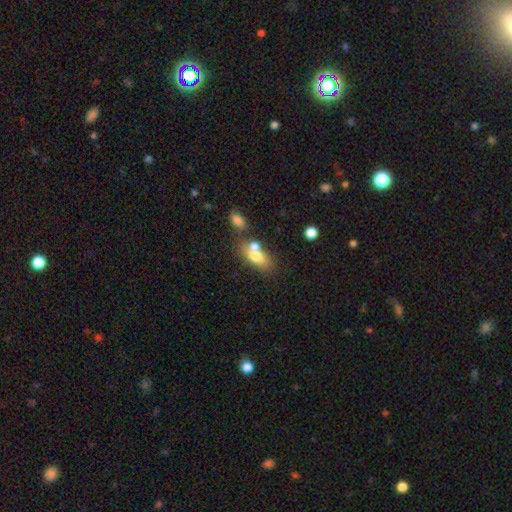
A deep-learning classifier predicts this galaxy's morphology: Smooth or featured: smooth — 71% (featured or disk — 19%)
How rounded: in between — 80% (round — 12%)
Merging: merger — 41% (none — 40%)